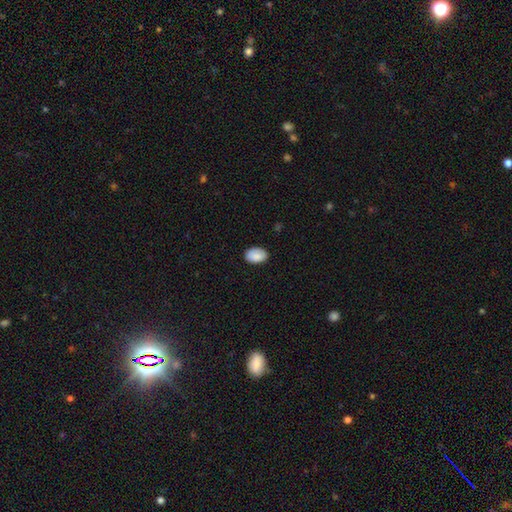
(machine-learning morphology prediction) A smooth galaxy with no disk features (88%) that is in between round and cigar-shaped (90%). Merging: none (86%).